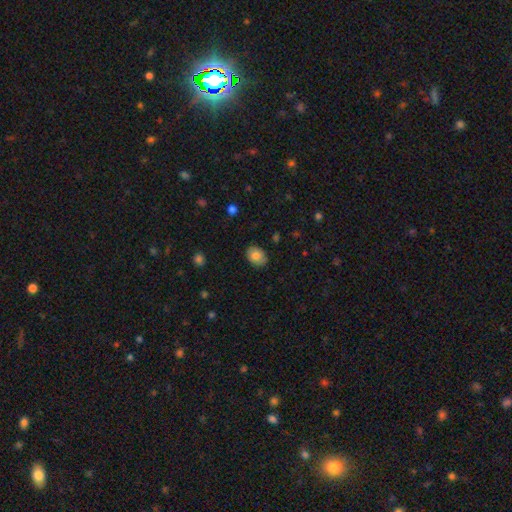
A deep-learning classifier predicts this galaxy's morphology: Q: Smooth or featured?
A: smooth (79%); runner-up: featured or disk (13%)
Q: How rounded?
A: in between (59%); runner-up: round (40%)
Q: Merging?
A: none (84%); runner-up: minor disturbance (13%)